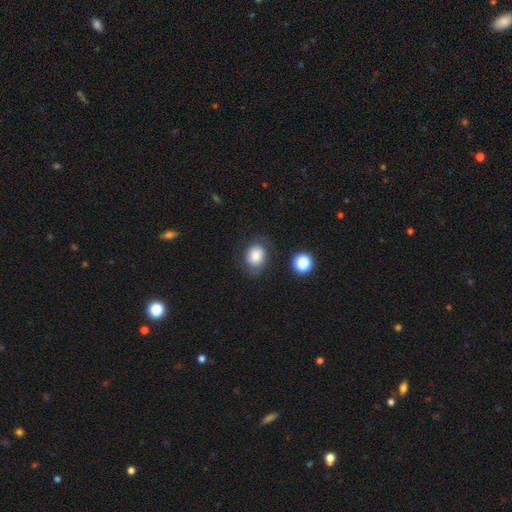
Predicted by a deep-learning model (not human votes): Smooth or featured? smooth (77%)
How rounded? in between (51%)
Merging? none (65%)